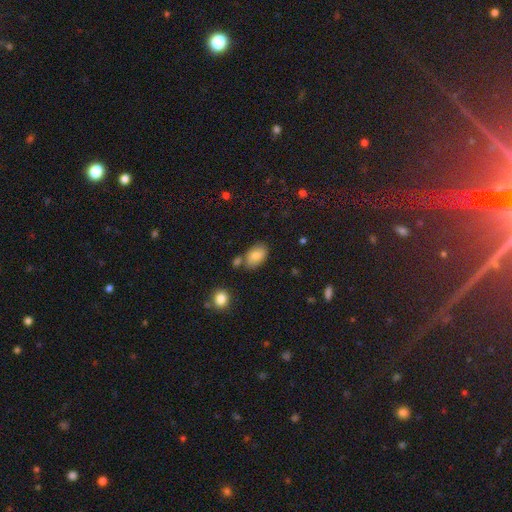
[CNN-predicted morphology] A smooth galaxy with no disk features (80%) that is in between round and cigar-shaped (91%). Merging: none (71%).